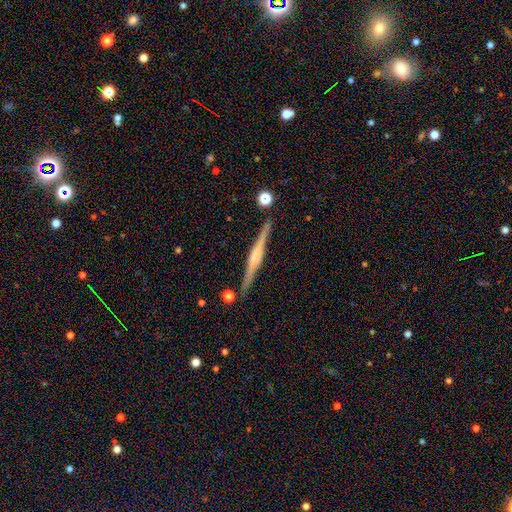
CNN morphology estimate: Q: Smooth or featured?
A: featured or disk (76%); runner-up: smooth (18%)
Q: Edge-on disk?
A: yes (98%); runner-up: no (2%)
Q: Edge-on bulge?
A: rounded (54%); runner-up: boxy (32%)
Q: Merging?
A: none (88%); runner-up: minor disturbance (8%)